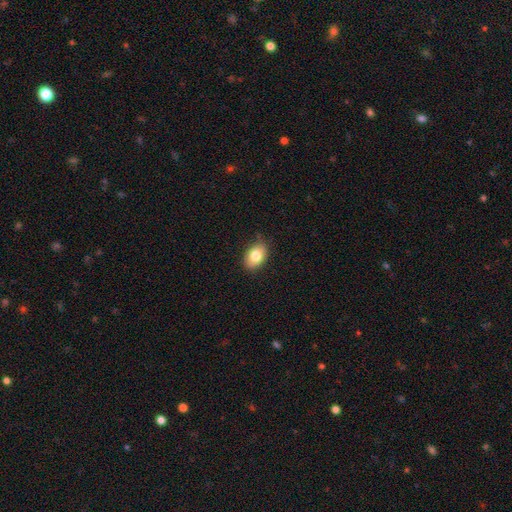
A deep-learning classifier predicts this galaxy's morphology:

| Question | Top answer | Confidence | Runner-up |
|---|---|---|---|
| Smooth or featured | smooth | 81% | featured or disk (12%) |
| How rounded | in between | 86% | round (13%) |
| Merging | none | 84% | minor disturbance (13%) |